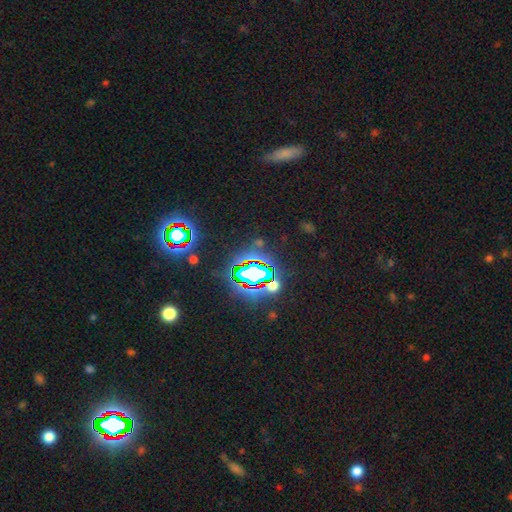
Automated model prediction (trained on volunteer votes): star or artifact 80%, smooth 12%, featured or disk 8%.